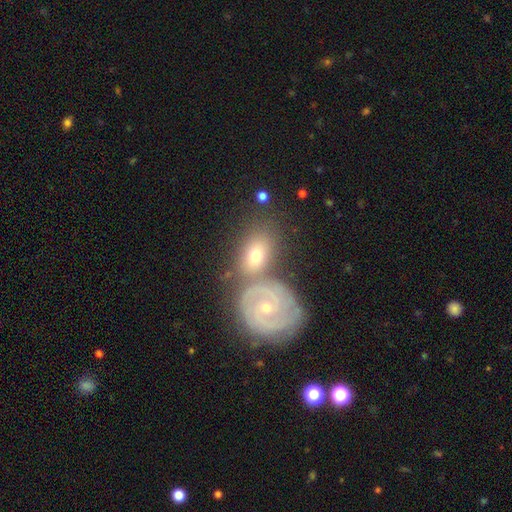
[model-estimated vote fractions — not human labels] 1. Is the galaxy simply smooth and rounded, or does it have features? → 53% featured or disk, 40% smooth, 8% star or artifact.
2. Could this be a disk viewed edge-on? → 95% no, 5% yes.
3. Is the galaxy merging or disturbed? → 54% none, 25% merger, 15% minor disturbance, 5% major disturbance.